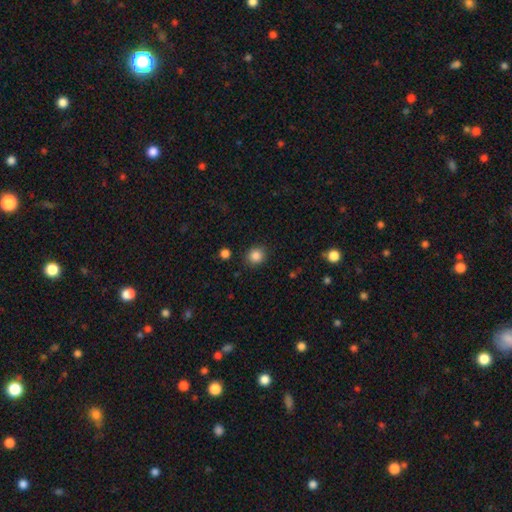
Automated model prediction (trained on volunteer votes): Smooth or featured?
  - smooth: 86% *
  - star or artifact: 11%
  - featured or disk: 4%
How rounded?
  - round: 84% *
  - in between: 15%
  - cigar-shaped: 1%
Merging?
  - none: 88% *
  - minor disturbance: 8%
  - major disturbance: 2%
  - merger: 2%